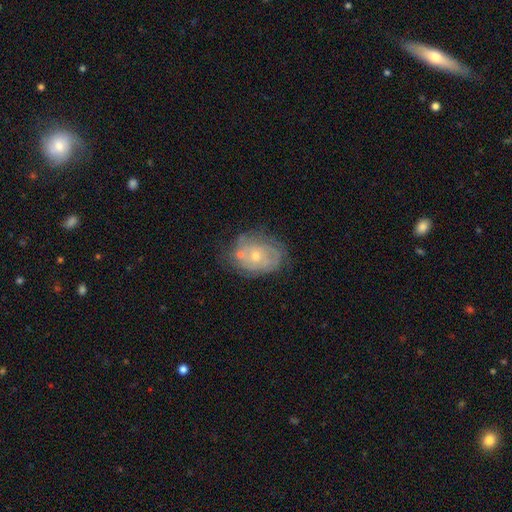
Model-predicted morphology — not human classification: Smooth or featured: featured or disk — 64% (smooth — 26%)
Edge-on disk: no — 97% (yes — 3%)
Bar: no — 81% (weak — 16%)
Spiral arms: yes — 68% (no — 32%)
Bulge size: small — 54% (moderate — 42%)
Merging: none — 59% (minor disturbance — 22%)